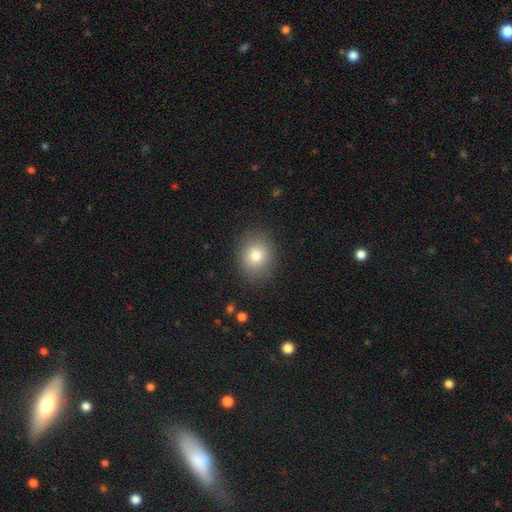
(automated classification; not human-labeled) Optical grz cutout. It shows a smooth galaxy with no disk features (78%) that is round (65%). Merging: none (86%).